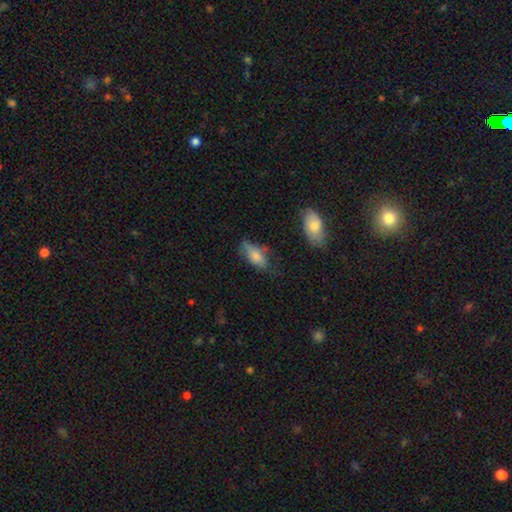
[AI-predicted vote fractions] A smooth galaxy with no disk features (72%) that is in between round and cigar-shaped (78%). Merging: none (57%).